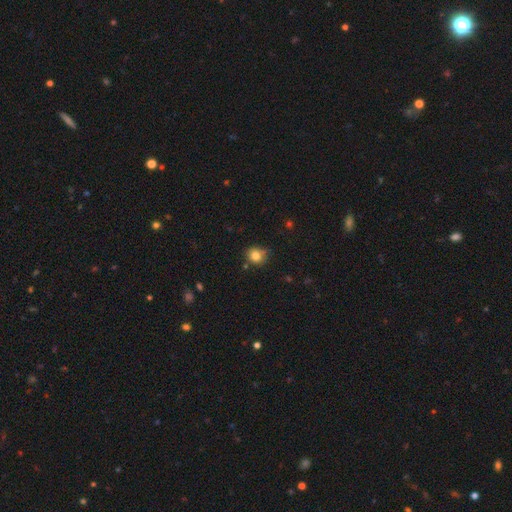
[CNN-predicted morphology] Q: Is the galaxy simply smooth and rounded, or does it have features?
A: smooth — 81%.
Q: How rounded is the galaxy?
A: round — 74%.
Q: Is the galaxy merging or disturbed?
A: none — 63%.